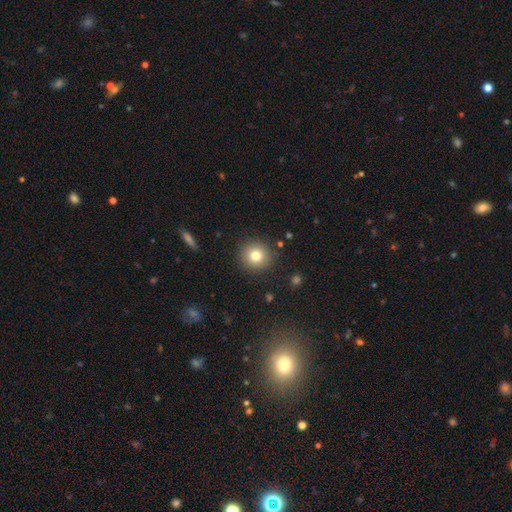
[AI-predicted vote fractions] smooth 78%, star or artifact 11%, featured or disk 11%. Down the decision tree: how rounded — round (93%); merging — none (90%).